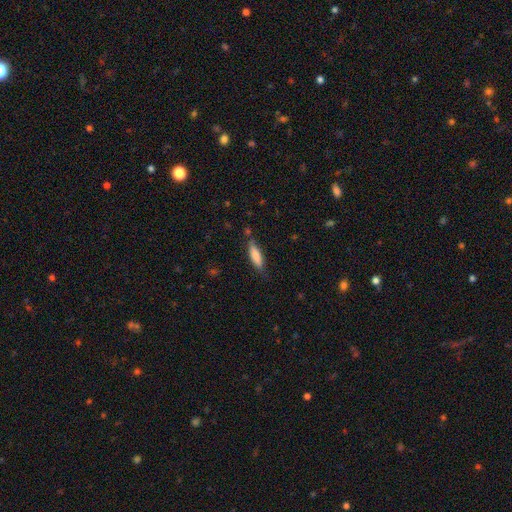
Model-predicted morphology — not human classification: smooth 81%, featured or disk 13%, star or artifact 6%. Down the decision tree: how rounded — cigar-shaped (57%); merging — none (73%).